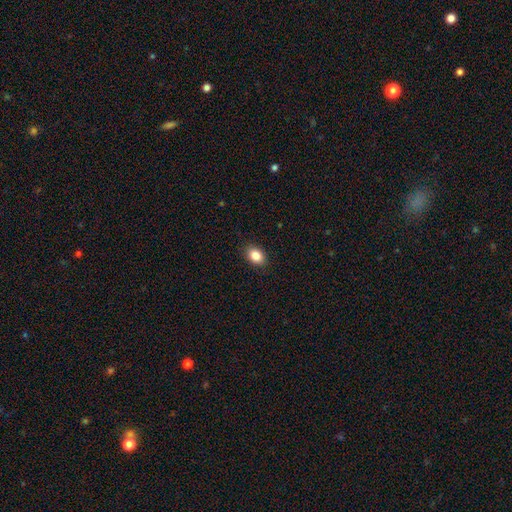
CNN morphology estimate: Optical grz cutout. It shows a smooth galaxy with no disk features (86%) that is in between round and cigar-shaped (74%). Merging: none (89%).